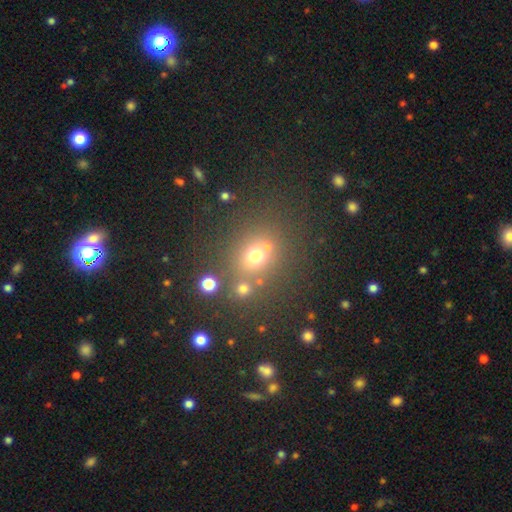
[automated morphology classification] A smooth galaxy with no disk features (66%) that is round (75%). Merging: none (68%).